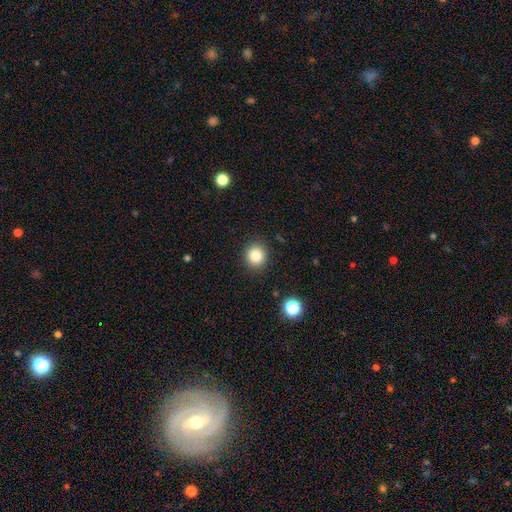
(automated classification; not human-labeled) smooth_or_featured: smooth (p=0.84) [alt: star or artifact p=0.11]
how_rounded: round (p=0.88) [alt: in between p=0.12]
merging: none (p=0.89) [alt: minor disturbance p=0.07]